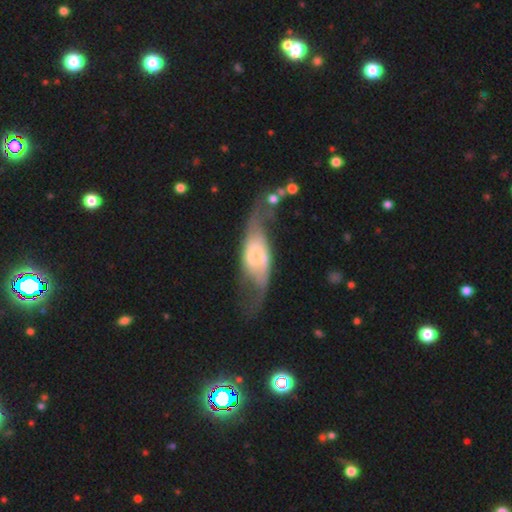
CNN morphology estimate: Smooth or featured? featured or disk (68%)
Edge-on disk? no (79%)
Bar? no (61%)
Spiral arms? yes (76%)
Bulge size? small (34%)
Merging? none (36%)